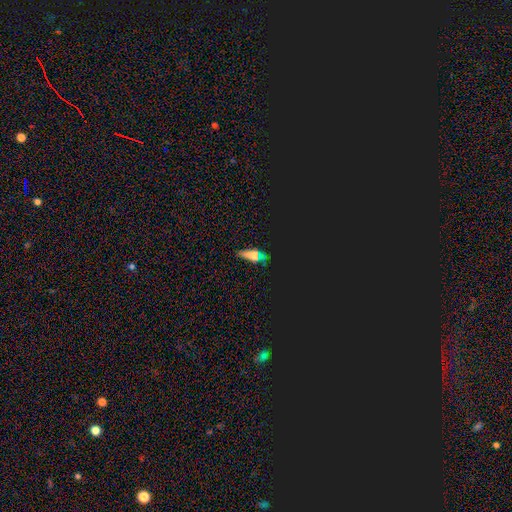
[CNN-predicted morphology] smooth-or-featured: smooth: 47% | star or artifact: 38% | featured or disk: 15%
  merging: none: 61% | minor disturbance: 22% | major disturbance: 11% | merger: 6%